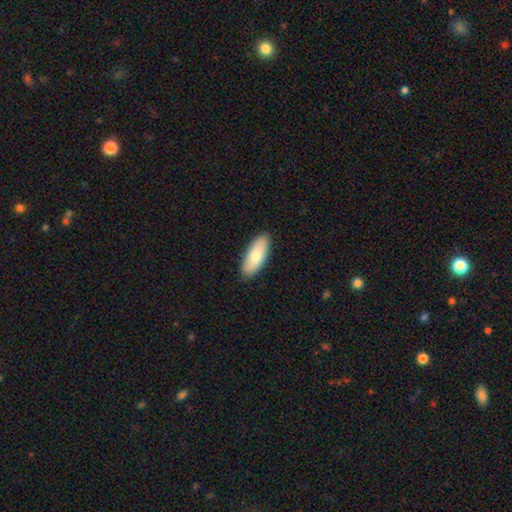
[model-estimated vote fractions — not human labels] smooth 77%, featured or disk 18%, star or artifact 5%. Down the decision tree: how rounded — in between (83%); merging — none (89%).